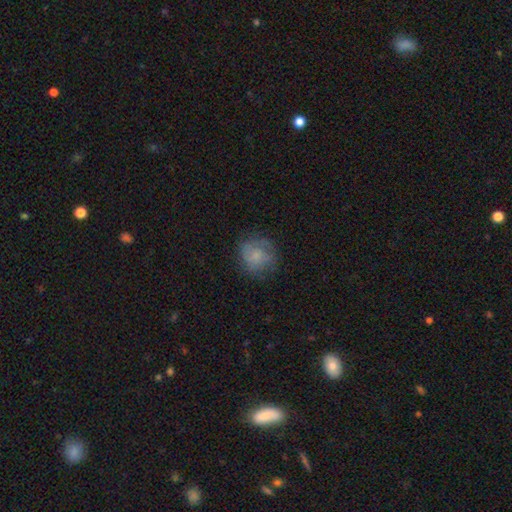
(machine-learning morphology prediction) Overall: smooth (61%; featured or disk 30%). How rounded: round (83%). Merging: none (68%).